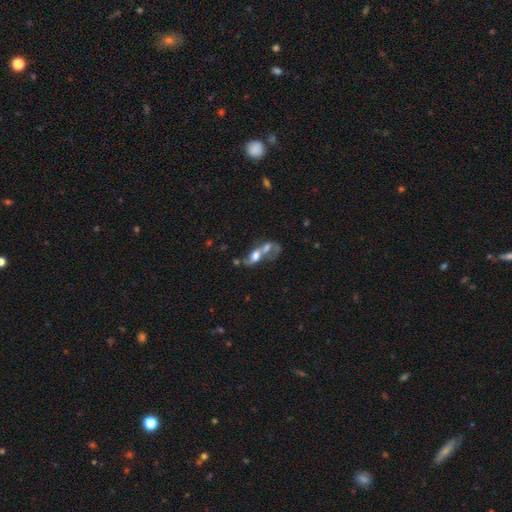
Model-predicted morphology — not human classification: smooth-or-featured: smooth: 45% | featured or disk: 44% | star or artifact: 11%
  merging: merger: 67% | none: 13% | major disturbance: 13% | minor disturbance: 7%